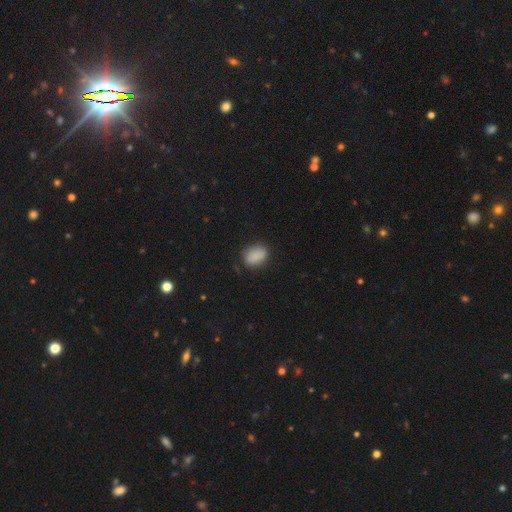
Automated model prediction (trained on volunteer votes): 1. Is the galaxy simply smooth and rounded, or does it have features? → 88% smooth, 8% star or artifact, 4% featured or disk.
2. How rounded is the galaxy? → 79% in between, 20% round, 2% cigar-shaped.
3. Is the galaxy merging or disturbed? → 80% none, 15% minor disturbance, 4% major disturbance, 1% merger.